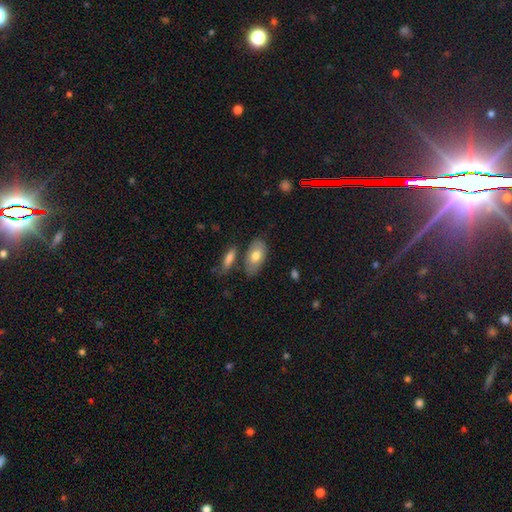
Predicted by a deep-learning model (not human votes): Q: Smooth or featured?
A: smooth (71%); runner-up: featured or disk (23%)
Q: How rounded?
A: in between (90%); runner-up: cigar-shaped (6%)
Q: Merging?
A: none (66%); runner-up: minor disturbance (18%)